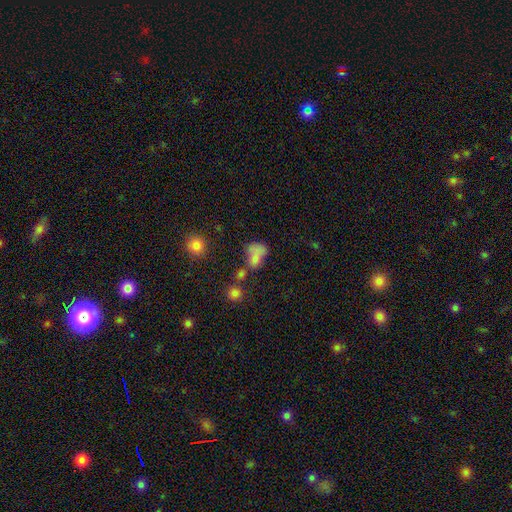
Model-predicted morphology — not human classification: The model was most divided on "merging": merger: 36%, none: 28%, major disturbance: 19%, minor disturbance: 17%. More confident: smooth or featured — smooth (70%); how rounded — in between (69%).